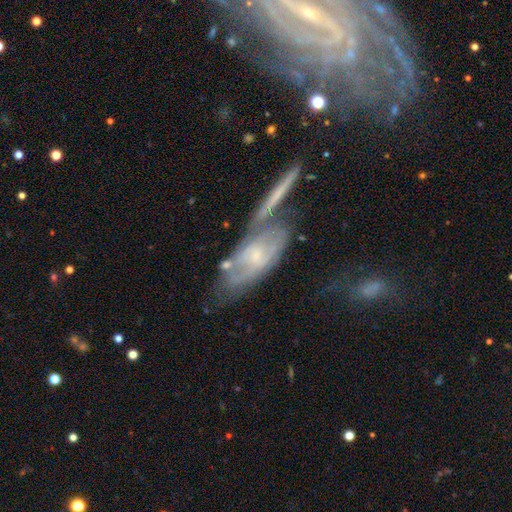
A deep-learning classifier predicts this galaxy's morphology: type=featured or disk (68%); edge-on=no (81%); bar=no (59%); spiral arms=yes (71%); bulge=small (55%); merging=none (35%).